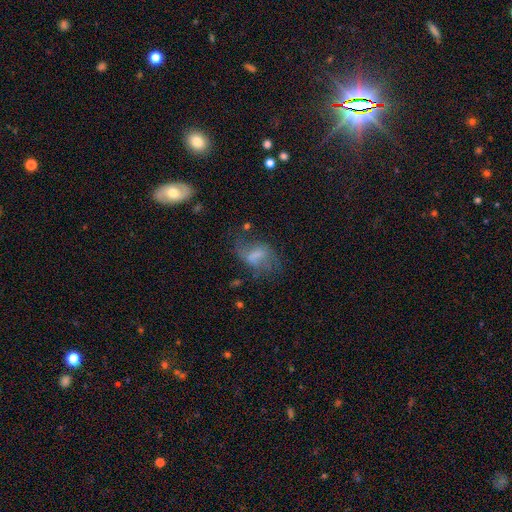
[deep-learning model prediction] Smooth or featured? smooth (44%, tied with featured or disk)
Merging? none (37%)